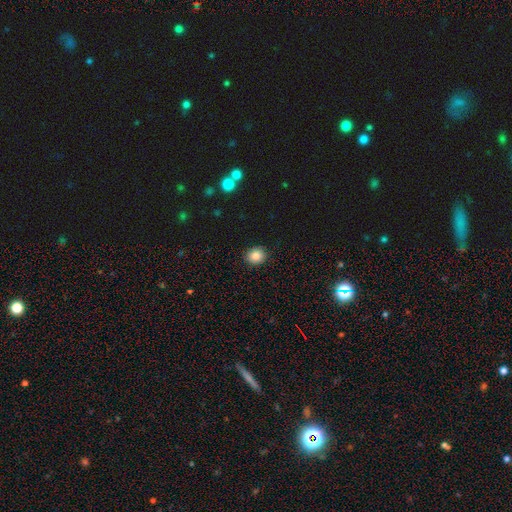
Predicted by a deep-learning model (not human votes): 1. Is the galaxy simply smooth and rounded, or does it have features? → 85% smooth, 10% star or artifact, 5% featured or disk.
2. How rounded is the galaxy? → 77% round, 22% in between, 1% cigar-shaped.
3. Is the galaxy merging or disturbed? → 90% none, 7% minor disturbance, 2% major disturbance, 1% merger.